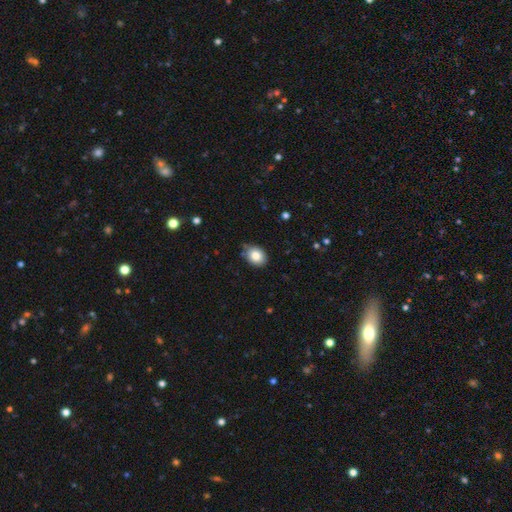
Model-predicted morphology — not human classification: The model was most divided on "how rounded": in between: 51%, round: 49%, cigar-shaped: 1%. More confident: smooth or featured — smooth (84%); merging — none (80%).